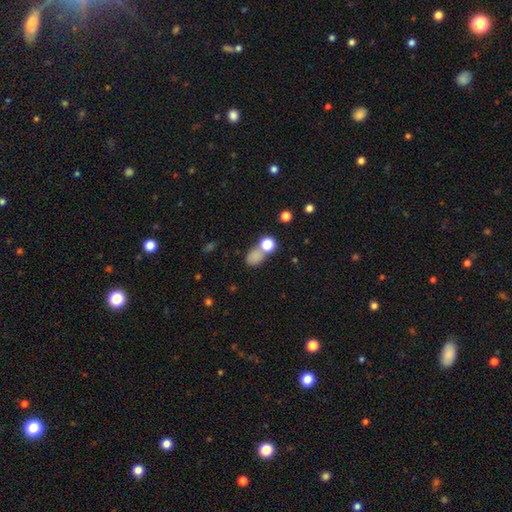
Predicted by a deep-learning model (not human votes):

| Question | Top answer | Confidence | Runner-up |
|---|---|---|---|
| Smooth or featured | smooth | 77% | star or artifact (16%) |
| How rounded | in between | 55% | round (43%) |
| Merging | none | 48% | merger (31%) |